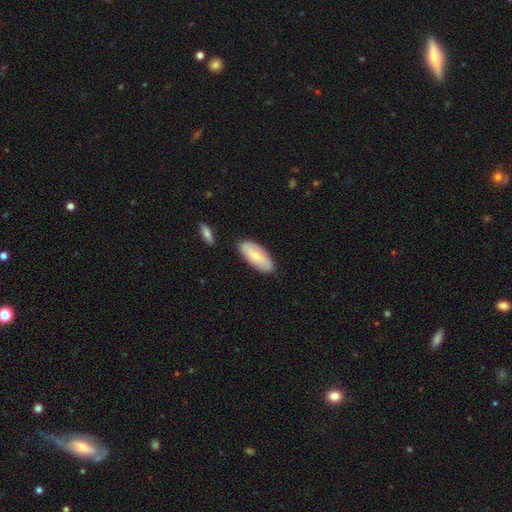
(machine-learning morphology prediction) This is likely a smooth galaxy (67%). How rounded: clearly in between (85%). Merging: clearly none (81%).